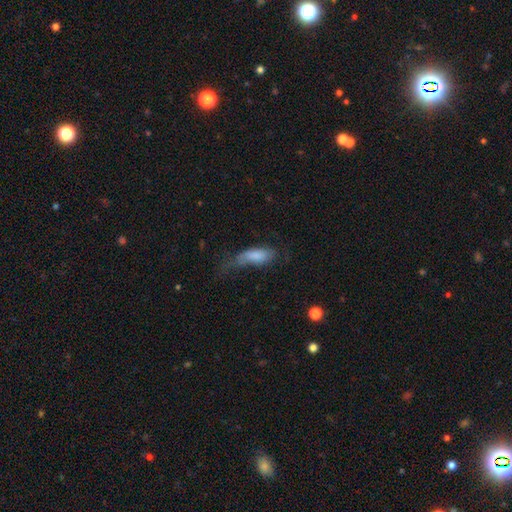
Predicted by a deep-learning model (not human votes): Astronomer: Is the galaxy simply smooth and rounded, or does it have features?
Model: smooth — 76%.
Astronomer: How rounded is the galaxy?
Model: in between — 72%.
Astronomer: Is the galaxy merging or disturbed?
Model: major disturbance — 36% (runner-up: minor disturbance, 32%).